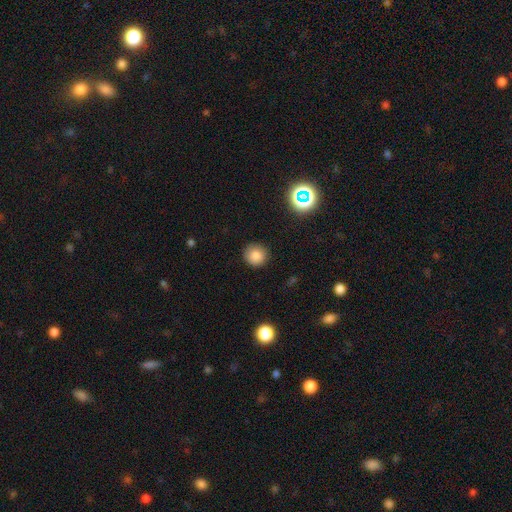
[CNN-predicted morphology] smooth-or-featured: smooth: 82% | star or artifact: 13% | featured or disk: 5%
  how-rounded: round: 93% | in between: 6% | cigar-shaped: 1%
  merging: none: 89% | minor disturbance: 8% | major disturbance: 2% | merger: 1%